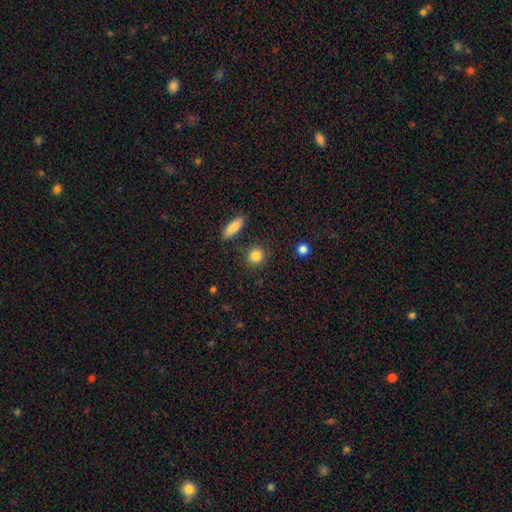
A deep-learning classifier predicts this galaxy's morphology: The model was most divided on "how rounded": round: 84%, in between: 14%, cigar-shaped: 2%. More confident: merging — none (87%); smooth or featured — smooth (86%).